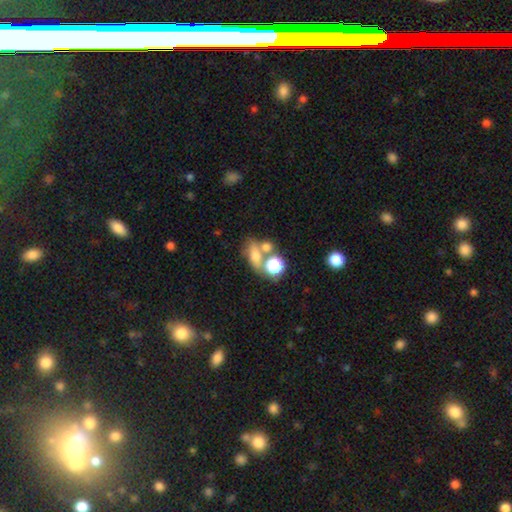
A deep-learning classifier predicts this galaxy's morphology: This is likely a smooth galaxy (61%). How rounded: likely in between (63%). Merging: marginally merger (42%).